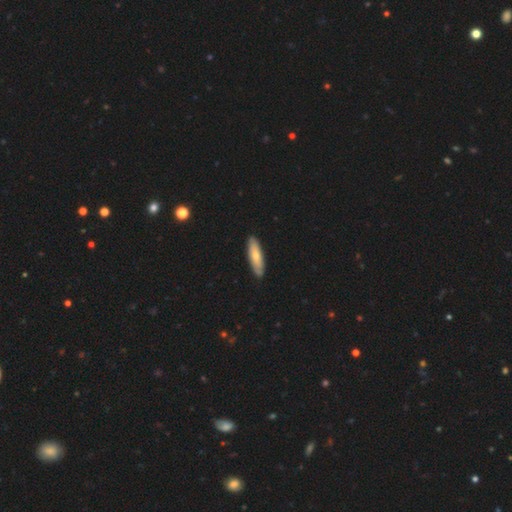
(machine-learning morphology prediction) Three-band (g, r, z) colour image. It shows a smooth galaxy with no disk features (65%) that is cigar-shaped (61%). Merging: none (87%).